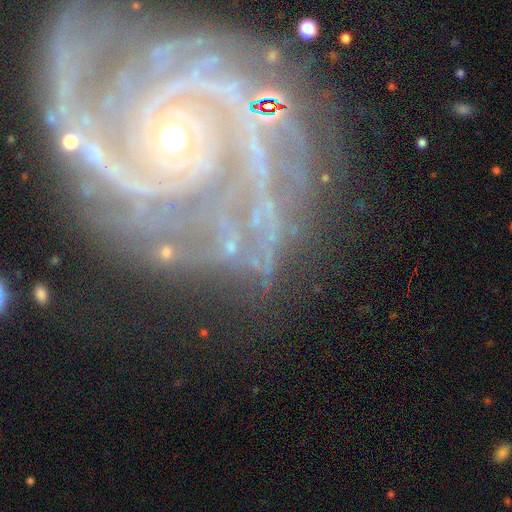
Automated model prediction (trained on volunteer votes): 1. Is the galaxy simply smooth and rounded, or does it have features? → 91% featured or disk, 6% star or artifact, 3% smooth.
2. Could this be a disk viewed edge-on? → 98% no, 2% yes.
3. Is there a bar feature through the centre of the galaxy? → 73% no, 17% weak, 10% strong.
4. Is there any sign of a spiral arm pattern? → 98% yes, 2% no.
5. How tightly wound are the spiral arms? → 73% tight, 24% medium, 4% loose.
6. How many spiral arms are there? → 30% 2, 21% 3, 14% can't tell, 14% 4, 13% more than 4, 9% 1.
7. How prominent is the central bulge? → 58% small, 38% moderate, 2% large, 1% none, 1% dominant.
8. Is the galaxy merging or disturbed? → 73% none, 16% minor disturbance, 9% major disturbance, 2% merger.